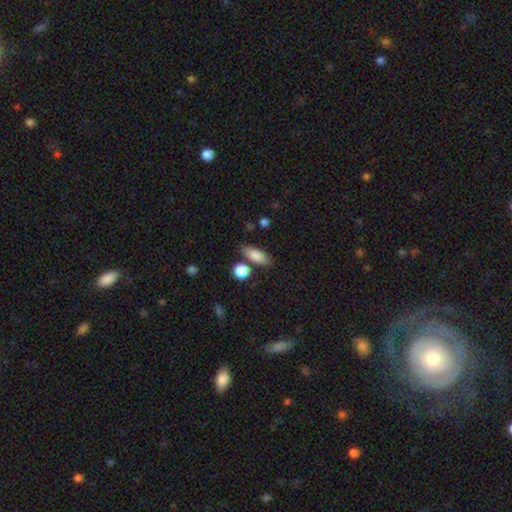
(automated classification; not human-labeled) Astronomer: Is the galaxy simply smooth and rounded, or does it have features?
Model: smooth — 83%.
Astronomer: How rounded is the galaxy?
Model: in between — 74%.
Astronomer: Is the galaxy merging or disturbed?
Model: none — 75%.